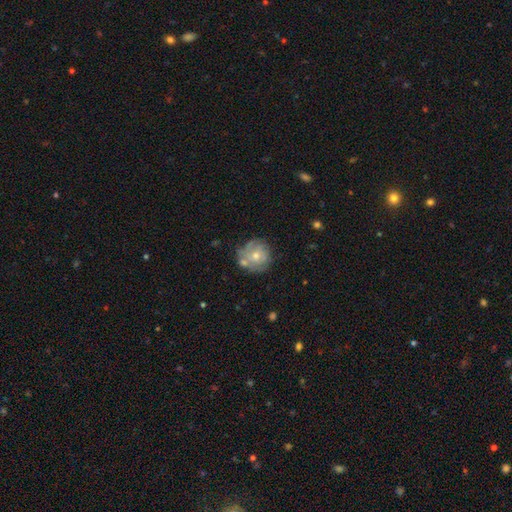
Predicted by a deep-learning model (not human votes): A featured or disk galaxy (50%).

Vote fractions:
- Smooth or featured? featured or disk: 50% / smooth: 42% / star or artifact: 8%
- Edge-on disk? no: 98% / yes: 2%
- Merging? none: 58% / minor disturbance: 21% / merger: 13% / major disturbance: 8%